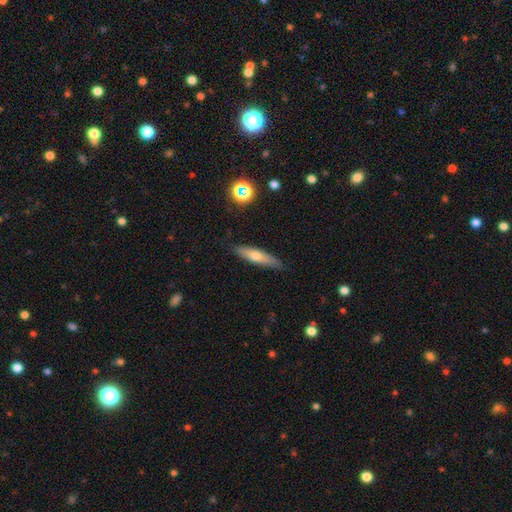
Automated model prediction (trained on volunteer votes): Smooth or featured: smooth — 56% (featured or disk — 36%)
How rounded: cigar-shaped — 78% (in between — 20%)
Merging: none — 85% (minor disturbance — 11%)